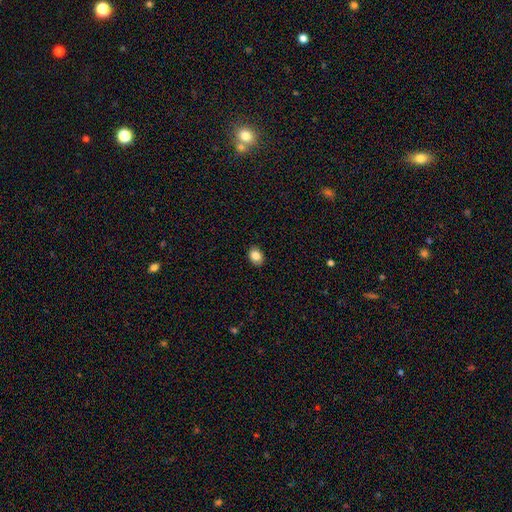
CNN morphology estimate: Smooth or featured?
  - smooth: 86% *
  - star or artifact: 9%
  - featured or disk: 5%
How rounded?
  - in between: 66% *
  - round: 33%
  - cigar-shaped: 1%
Merging?
  - none: 89% *
  - minor disturbance: 8%
  - major disturbance: 2%
  - merger: 1%